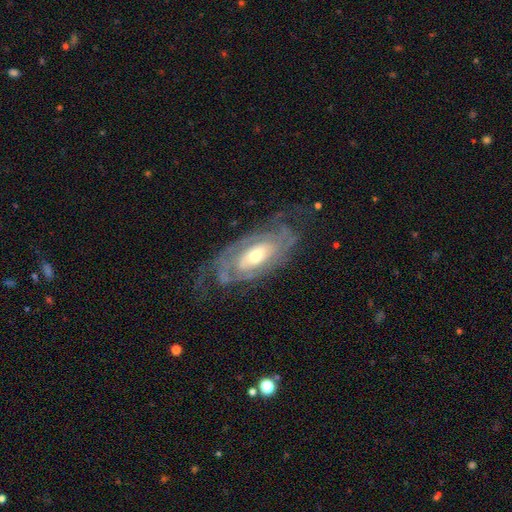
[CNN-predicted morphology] A featured or disk galaxy (83%) with no bar (63%), tight (63%) spiral arms (85%) and a moderate central bulge (59%). Merging: none (60%).